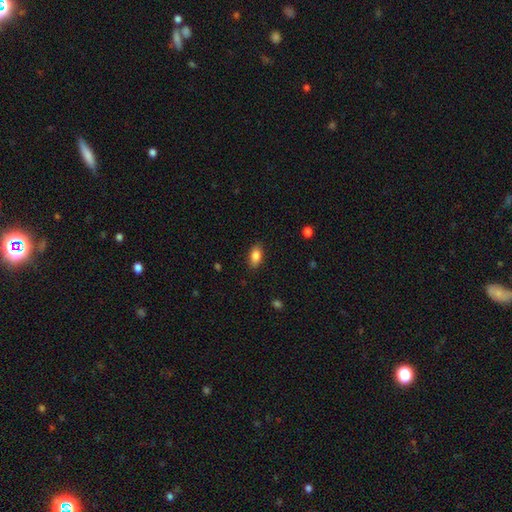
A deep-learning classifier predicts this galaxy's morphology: type=smooth (86%); roundness=in between (89%); merging=none (86%).